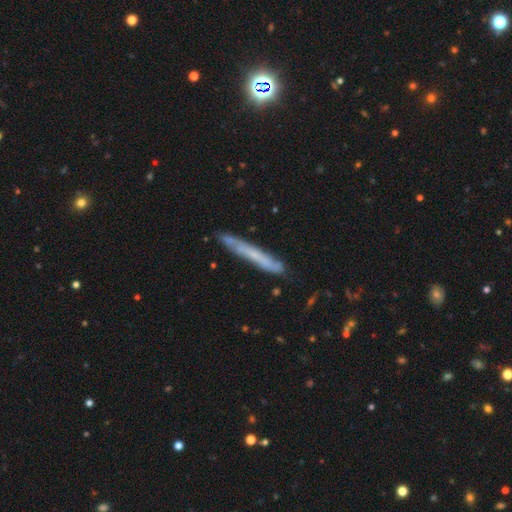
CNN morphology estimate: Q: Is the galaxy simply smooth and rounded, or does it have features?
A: featured or disk — 48%.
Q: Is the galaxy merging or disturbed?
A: none — 76%.